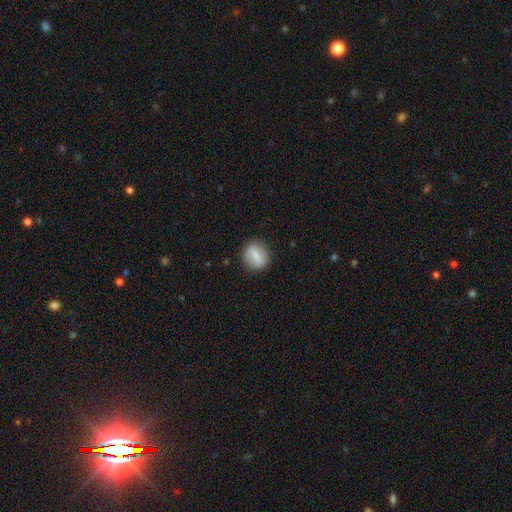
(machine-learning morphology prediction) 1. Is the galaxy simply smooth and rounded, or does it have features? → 64% smooth, 28% featured or disk, 8% star or artifact.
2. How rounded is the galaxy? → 69% round, 28% in between, 3% cigar-shaped.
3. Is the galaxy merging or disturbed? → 86% none, 9% minor disturbance, 3% major disturbance, 1% merger.